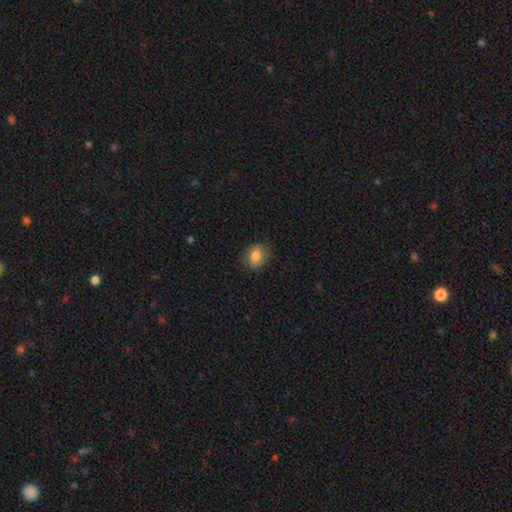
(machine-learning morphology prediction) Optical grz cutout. It shows a smooth galaxy with no disk features (80%) that is in between round and cigar-shaped (65%). Merging: none (79%).